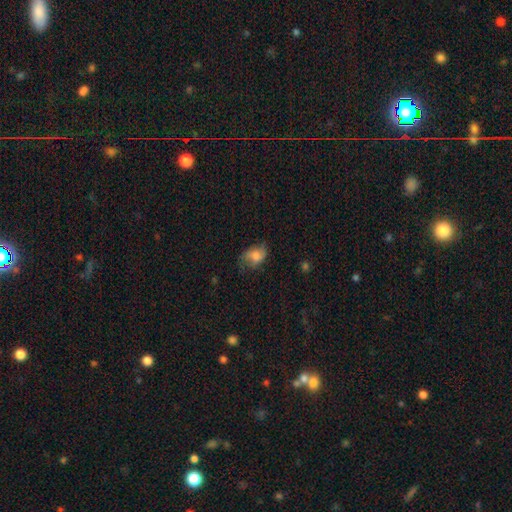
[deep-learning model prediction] This is likely a smooth galaxy (70%). How rounded: likely in between (77%). Merging: possibly none (52%).